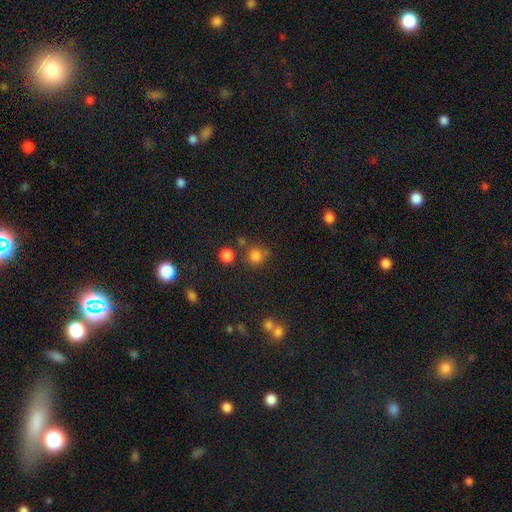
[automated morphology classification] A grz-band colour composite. It shows a smooth galaxy with no disk features (79%) that is round (88%). Merging: none (68%).